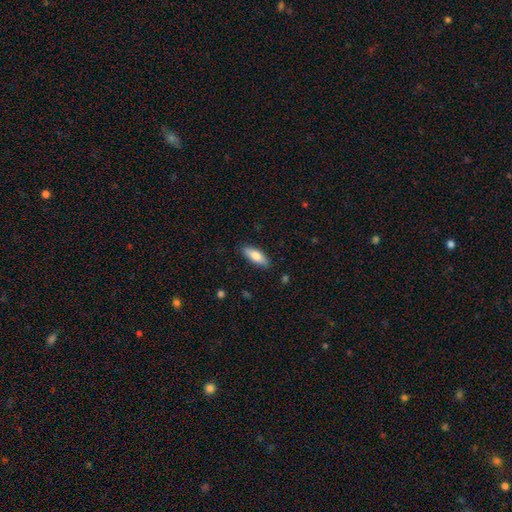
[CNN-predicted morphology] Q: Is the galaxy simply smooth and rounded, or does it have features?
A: smooth — 77%.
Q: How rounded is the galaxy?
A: in between — 68%.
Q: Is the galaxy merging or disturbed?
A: none — 86%.